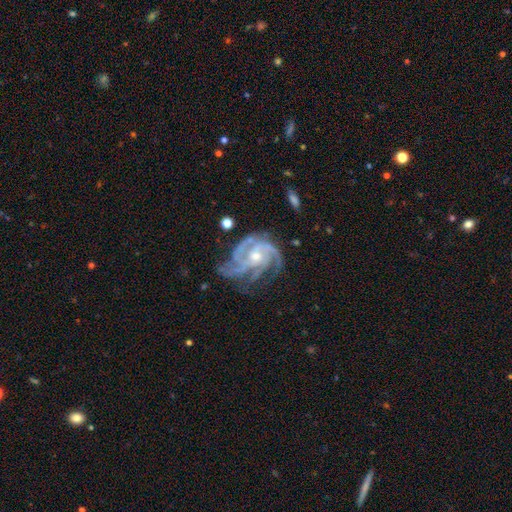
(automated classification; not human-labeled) This appears to be a featured or disk galaxy (91%) with no bar (64%), 3 (35%) tight (56%) spiral arms (98%) and a moderate central bulge (51%). Merging: none (60%).